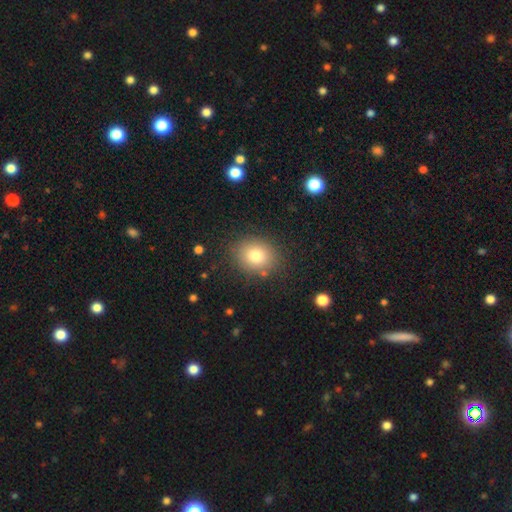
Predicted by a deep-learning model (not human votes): This is likely a smooth galaxy (77%). How rounded: likely round (65%). Merging: clearly none (84%).